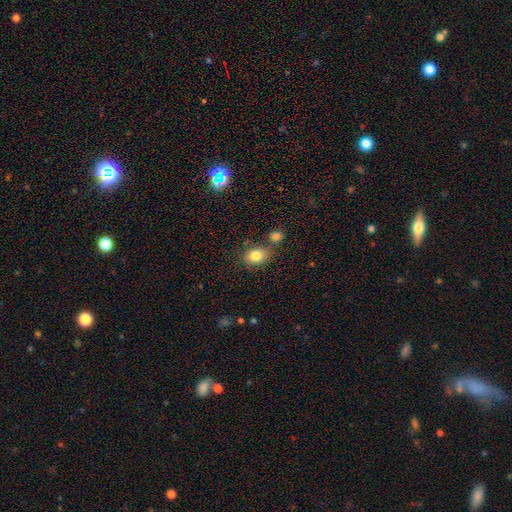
Morphology: type=smooth (97%); roundness=in between (78%); merging=none (70%).